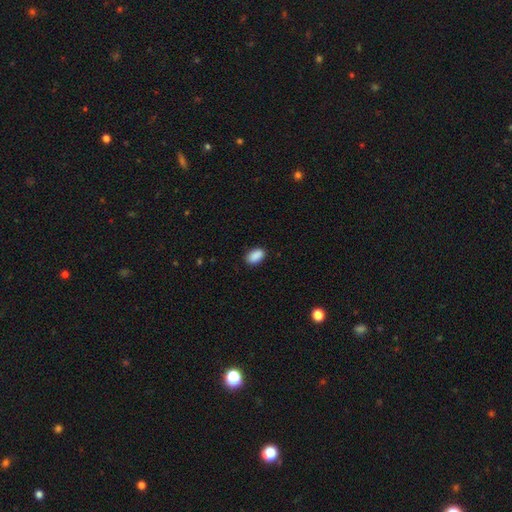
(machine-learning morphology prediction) Smooth or featured?
  - smooth: 90% *
  - star or artifact: 8%
  - featured or disk: 3%
How rounded?
  - in between: 91% *
  - round: 7%
  - cigar-shaped: 2%
Merging?
  - none: 87% *
  - minor disturbance: 10%
  - major disturbance: 2%
  - merger: 1%